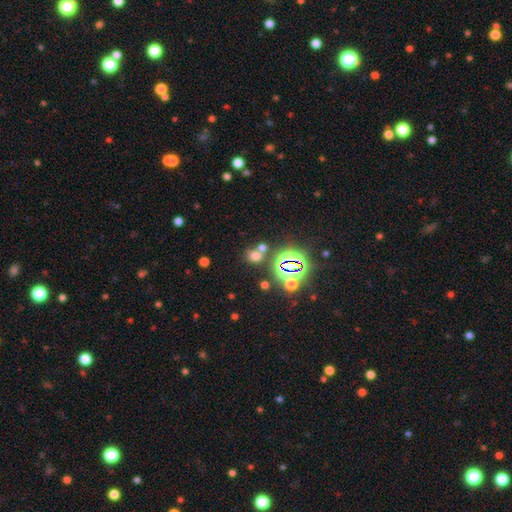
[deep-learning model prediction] Smooth or featured? Predicted: smooth (p=0.55). How rounded? Predicted: round (p=0.67). Merging? Predicted: none (p=0.66).